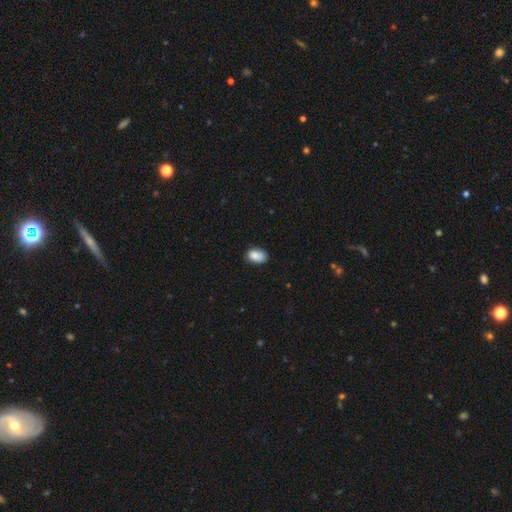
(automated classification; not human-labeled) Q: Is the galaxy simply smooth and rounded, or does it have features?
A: smooth — 86%.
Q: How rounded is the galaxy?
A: in between — 88%.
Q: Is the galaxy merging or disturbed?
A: none — 75%.